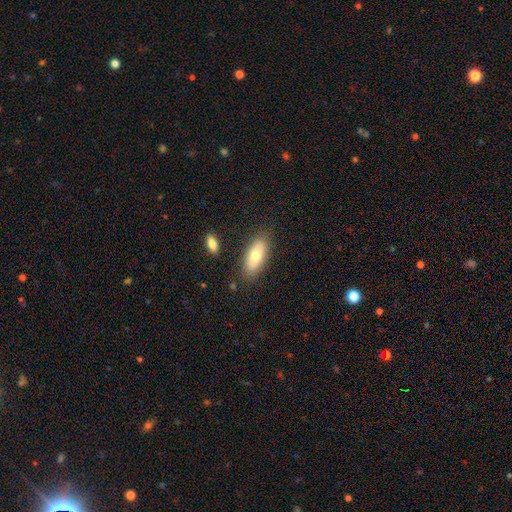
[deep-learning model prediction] This appears to be a smooth galaxy with no disk features (67%) that is in between round and cigar-shaped (83%). Merging: none (82%).